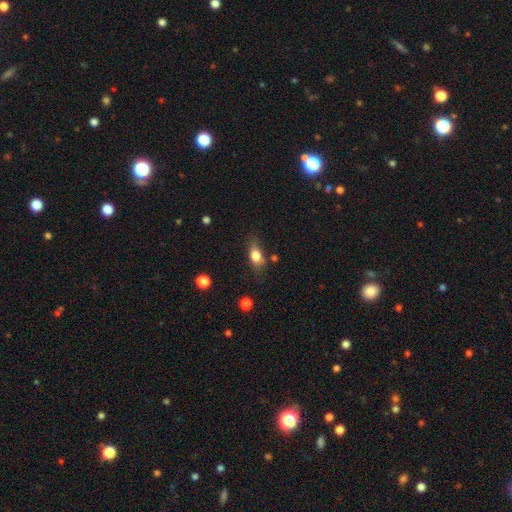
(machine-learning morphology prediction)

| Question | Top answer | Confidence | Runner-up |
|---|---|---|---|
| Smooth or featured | smooth | 77% | featured or disk (15%) |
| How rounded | in between | 77% | round (13%) |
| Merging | none | 70% | minor disturbance (20%) |